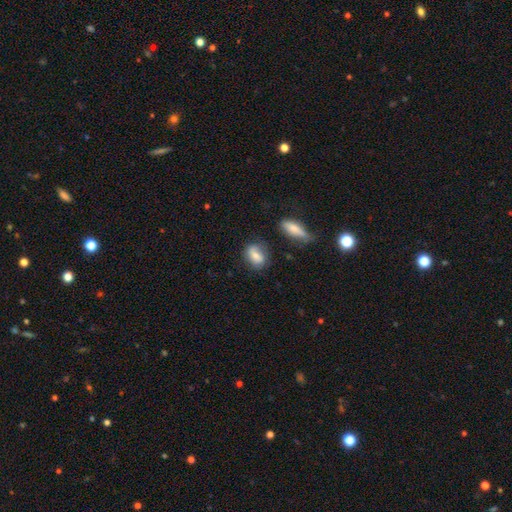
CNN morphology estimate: Smooth or featured?
  - smooth: 73% *
  - featured or disk: 19%
  - star or artifact: 8%
How rounded?
  - in between: 76% *
  - round: 19%
  - cigar-shaped: 5%
Merging?
  - none: 67% *
  - minor disturbance: 21%
  - merger: 6%
  - major disturbance: 6%